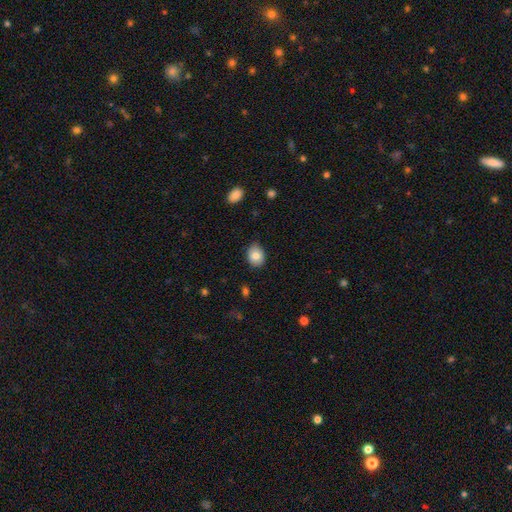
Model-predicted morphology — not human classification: Smooth or featured: smooth — 81% (featured or disk — 10%)
How rounded: in between — 59% (round — 40%)
Merging: none — 79% (minor disturbance — 17%)